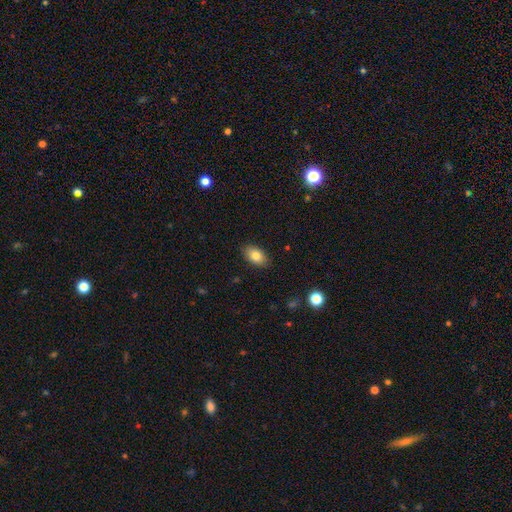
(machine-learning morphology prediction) smooth 82%, featured or disk 10%, star or artifact 8%. Down the decision tree: how rounded — in between (91%); merging — none (86%).